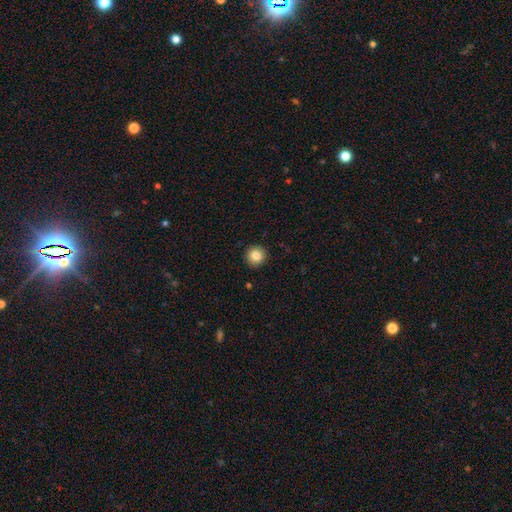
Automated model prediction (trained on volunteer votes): Smooth or featured? Predicted: smooth (p=0.85). How rounded? Predicted: round (p=0.95). Merging? Predicted: none (p=0.93).